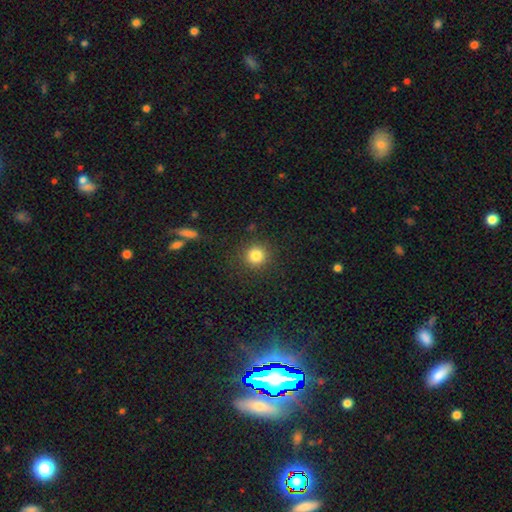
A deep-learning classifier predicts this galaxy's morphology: smooth_or_featured: smooth (p=0.83) [alt: star or artifact p=0.12]
how_rounded: round (p=0.93) [alt: in between p=0.06]
merging: none (p=0.89) [alt: minor disturbance p=0.06]